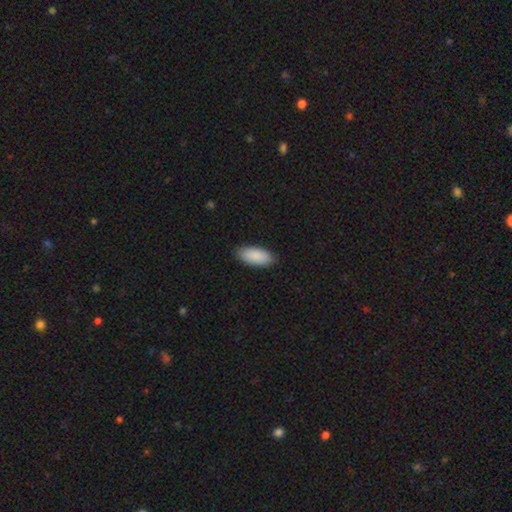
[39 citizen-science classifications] Smooth or featured?
  - smooth: 87% *
  - star or artifact: 10%
  - featured or disk: 3%
How rounded?
  - in between: 97% *
  - cigar-shaped: 3%
  - round: 0%
Merging?
  - none: 86% *
  - minor disturbance: 11%
  - major disturbance: 3%
  - merger: 0%